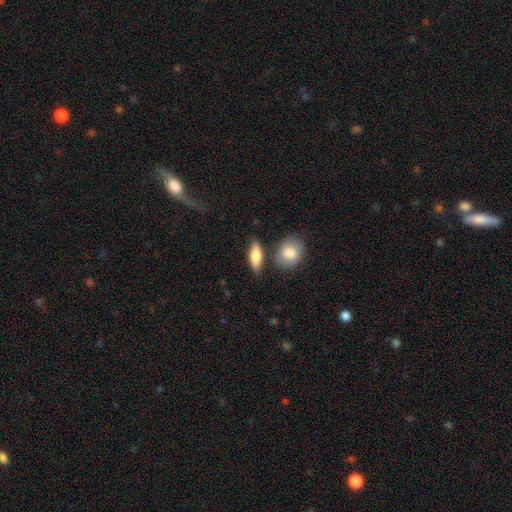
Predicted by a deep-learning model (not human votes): The model was most divided on "how rounded": in between: 67%, cigar-shaped: 27%, round: 6%. More confident: smooth or featured — smooth (78%); merging — none (72%).